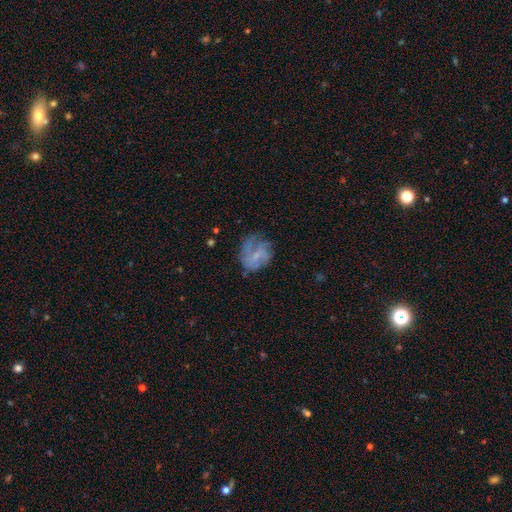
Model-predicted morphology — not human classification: Smooth or featured? Predicted: featured or disk (p=0.56). Edge-on disk? Predicted: no (p=0.98). Bar? Predicted: no (p=0.53). Spiral arms? Predicted: yes (p=0.69). Bulge size? Predicted: small (p=0.47). Merging? Predicted: none (p=0.54).